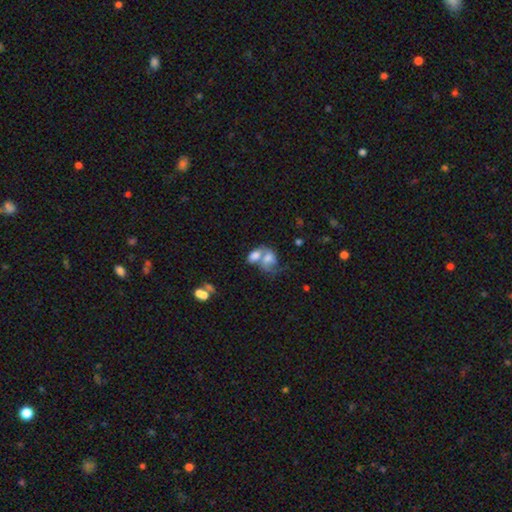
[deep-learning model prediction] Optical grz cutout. It shows a smooth galaxy with no disk features (56%) that is in between round and cigar-shaped (74%). Merging: merger (72%).